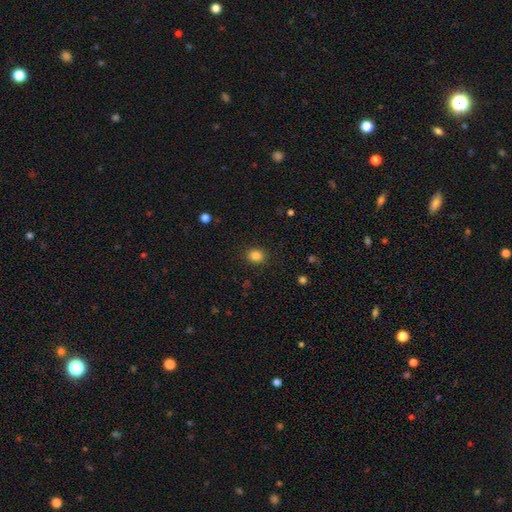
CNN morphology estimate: A smooth galaxy with no disk features (84%) that is round (72%).

Vote fractions:
- Smooth or featured? smooth: 84% / star or artifact: 11% / featured or disk: 5%
- How rounded? round: 72% / in between: 28% / cigar-shaped: 1%
- Merging? none: 90% / minor disturbance: 7% / major disturbance: 2% / merger: 1%